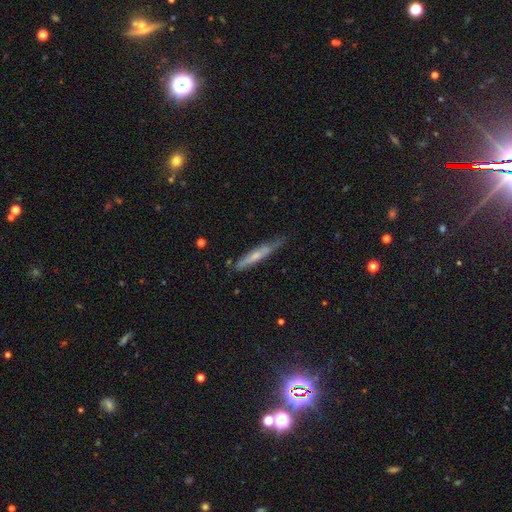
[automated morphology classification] smooth 47%, featured or disk 46%, star or artifact 7%. Down the decision tree: merging — none (68%).